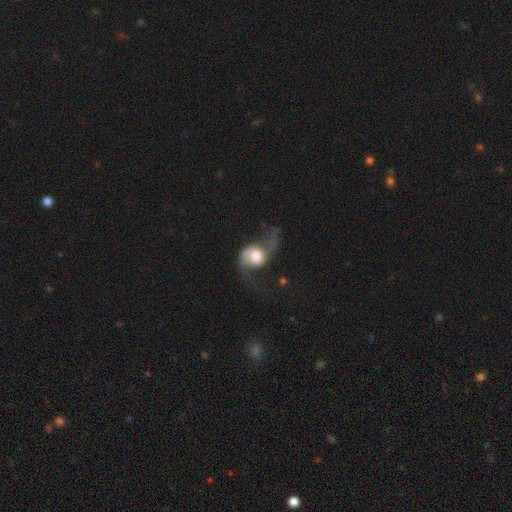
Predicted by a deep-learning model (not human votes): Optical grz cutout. It shows a featured or disk galaxy (63%) with no bar (66%), 2 (80%) loose (79%) spiral arms (86%) and a moderate central bulge (41%). Merging: major disturbance (42%).